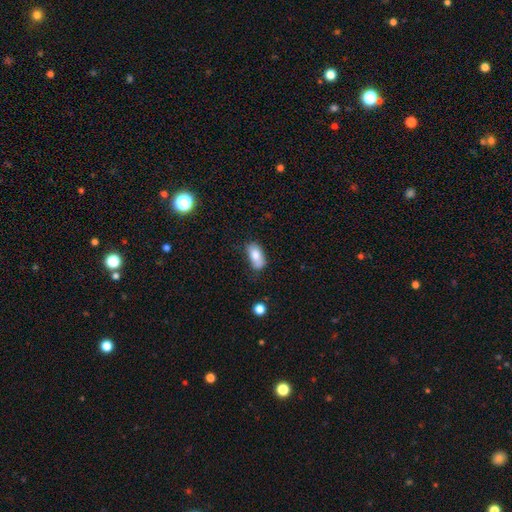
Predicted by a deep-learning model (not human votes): Smooth or featured: smooth — 79% (featured or disk — 14%)
How rounded: in between — 90% (cigar-shaped — 5%)
Merging: none — 52% (minor disturbance — 30%)